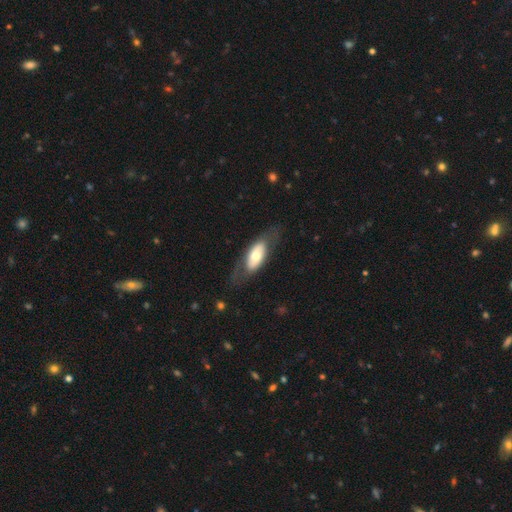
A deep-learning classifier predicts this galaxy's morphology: Smooth or featured? smooth (51%)
How rounded? in between (82%)
Merging? none (70%)